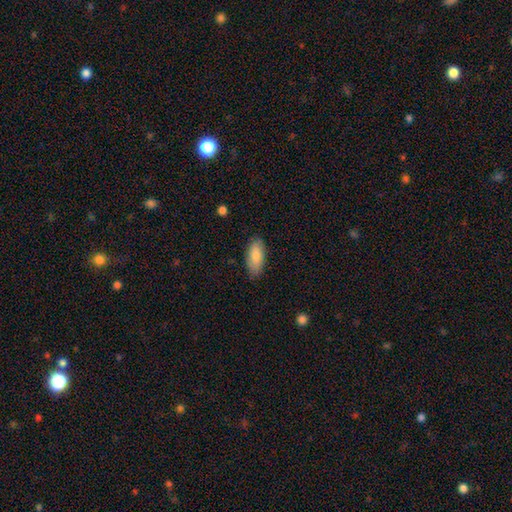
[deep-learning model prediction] Smooth or featured?
  - smooth: 85% *
  - featured or disk: 9%
  - star or artifact: 6%
How rounded?
  - in between: 88% *
  - cigar-shaped: 10%
  - round: 2%
Merging?
  - none: 83% *
  - minor disturbance: 13%
  - major disturbance: 3%
  - merger: 1%